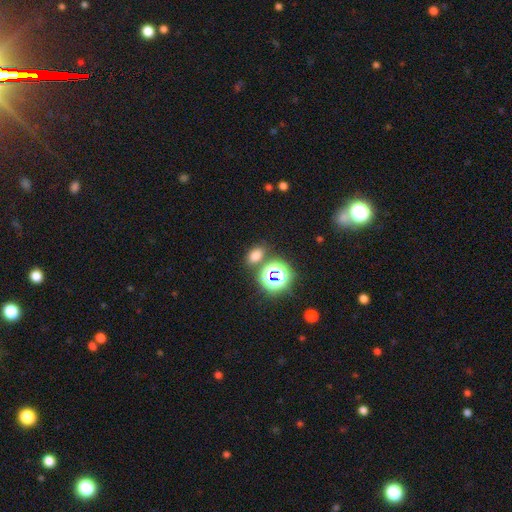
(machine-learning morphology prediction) A smooth galaxy with no disk features (65%) that is in between round and cigar-shaped (76%).

Vote fractions:
- Smooth or featured? smooth: 65% / star or artifact: 27% / featured or disk: 7%
- How rounded? in between: 76% / round: 22% / cigar-shaped: 2%
- Merging? none: 78% / minor disturbance: 10% / merger: 9% / major disturbance: 4%